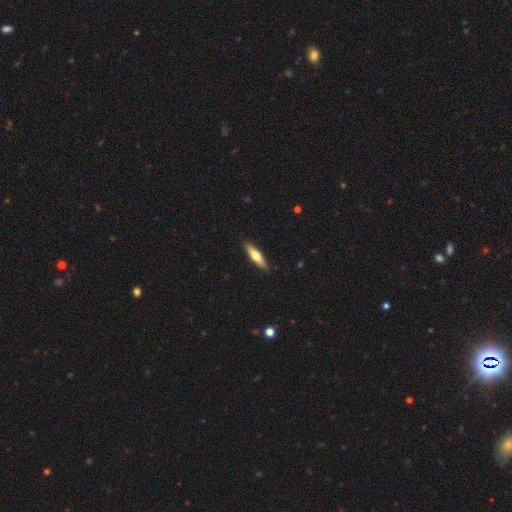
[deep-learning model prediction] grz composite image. It shows a smooth galaxy with no disk features (56%) that is cigar-shaped (72%). Merging: none (89%).